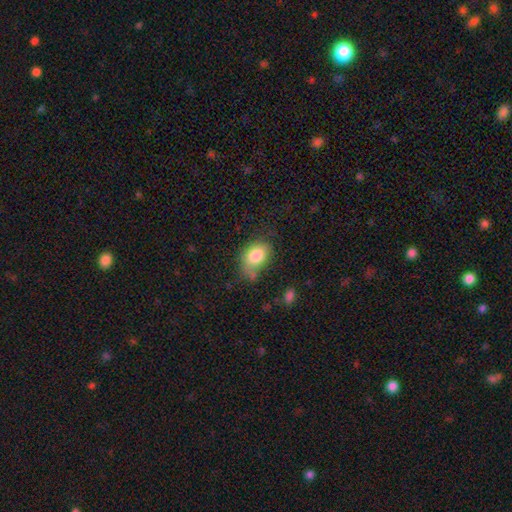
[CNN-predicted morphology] Smooth or featured? smooth (82%)
How rounded? in between (79%)
Merging? none (49%)